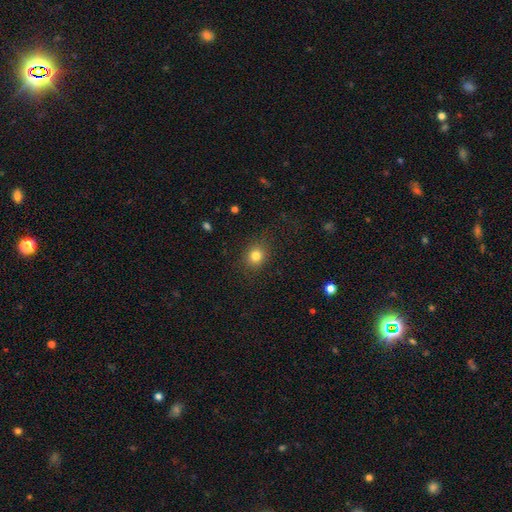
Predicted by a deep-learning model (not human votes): A smooth galaxy with no disk features (80%) that is round (76%).

Vote fractions:
- Smooth or featured? smooth: 80% / star or artifact: 13% / featured or disk: 7%
- How rounded? round: 76% / in between: 23% / cigar-shaped: 1%
- Merging? none: 87% / minor disturbance: 9% / major disturbance: 3% / merger: 1%